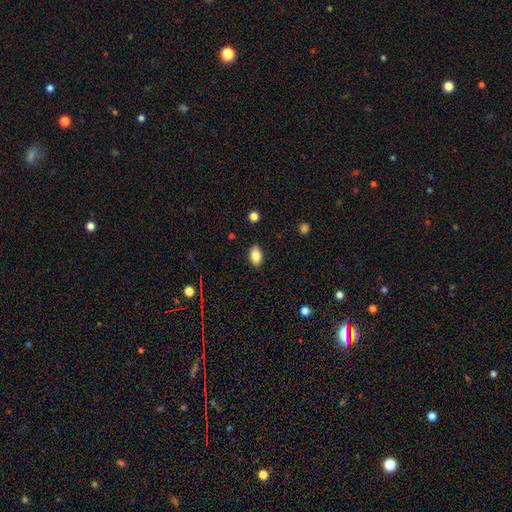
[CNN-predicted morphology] This is clearly a smooth galaxy (84%). How rounded: clearly in between (89%). Merging: clearly none (88%).